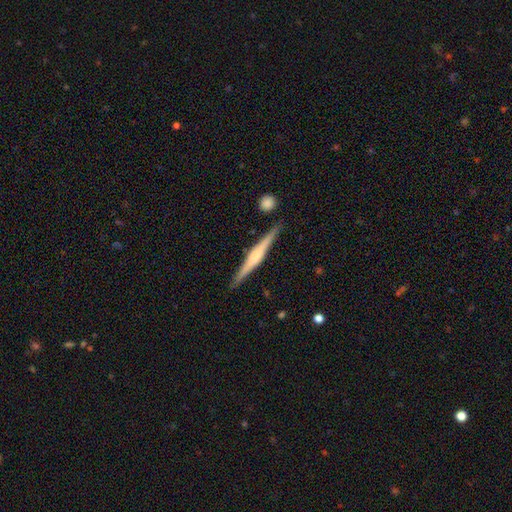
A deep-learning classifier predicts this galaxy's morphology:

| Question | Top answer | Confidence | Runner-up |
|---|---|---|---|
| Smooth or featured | featured or disk | 73% | smooth (22%) |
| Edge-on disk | yes | 98% | no (2%) |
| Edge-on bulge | rounded | 60% | boxy (29%) |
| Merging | none | 88% | minor disturbance (8%) |